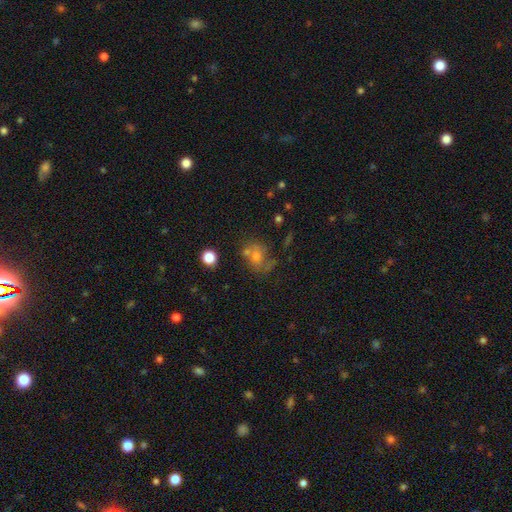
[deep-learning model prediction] Smooth or featured? Predicted: smooth (p=0.50). Merging? Predicted: none (p=0.49).